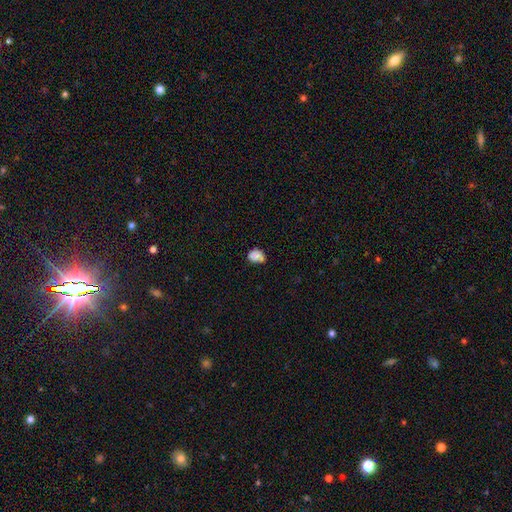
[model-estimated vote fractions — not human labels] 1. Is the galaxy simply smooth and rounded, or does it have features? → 81% smooth, 10% star or artifact, 8% featured or disk.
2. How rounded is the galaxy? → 58% in between, 41% round, 1% cigar-shaped.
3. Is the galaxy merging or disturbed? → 49% none, 33% minor disturbance, 10% merger, 8% major disturbance.